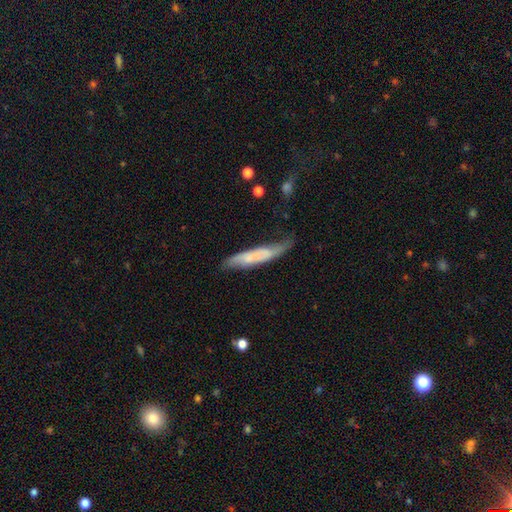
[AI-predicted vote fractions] Overall: smooth (46%; featured or disk 45%). Merging: none (52%; minor disturbance 30%).